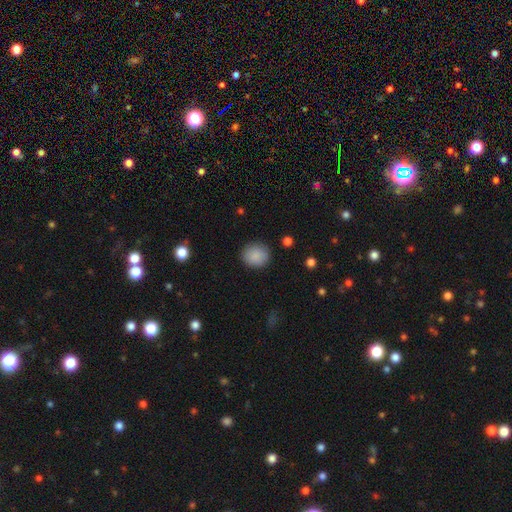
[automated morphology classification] Smooth or featured? Predicted: smooth (p=0.89). How rounded? Predicted: round (p=0.82). Merging? Predicted: none (p=0.88).